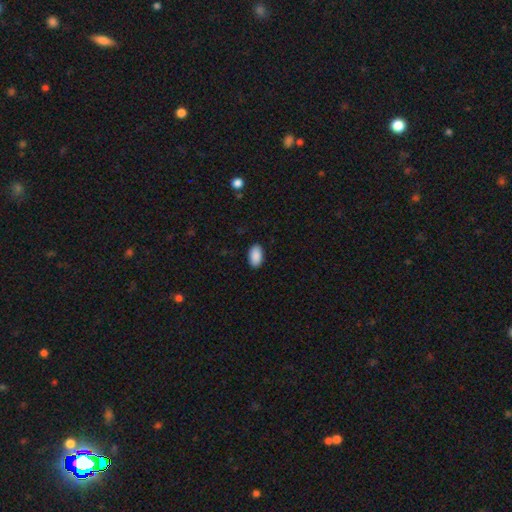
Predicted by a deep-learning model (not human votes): This appears to be a smooth galaxy with no disk features (91%) that is in between round and cigar-shaped (94%). Merging: none (89%).